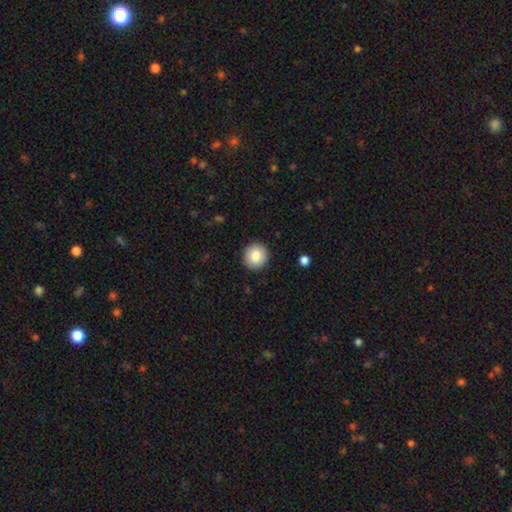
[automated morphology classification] A smooth galaxy with no disk features (85%) that is round (92%).

Vote fractions:
- Smooth or featured? smooth: 85% / star or artifact: 8% / featured or disk: 8%
- How rounded? round: 92% / in between: 7% / cigar-shaped: 1%
- Merging? none: 91% / minor disturbance: 6% / major disturbance: 2% / merger: 1%